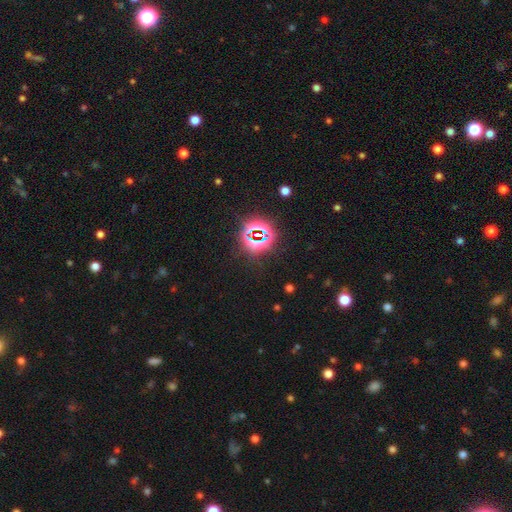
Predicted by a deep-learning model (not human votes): Smooth or featured? Predicted: star or artifact (p=0.81).